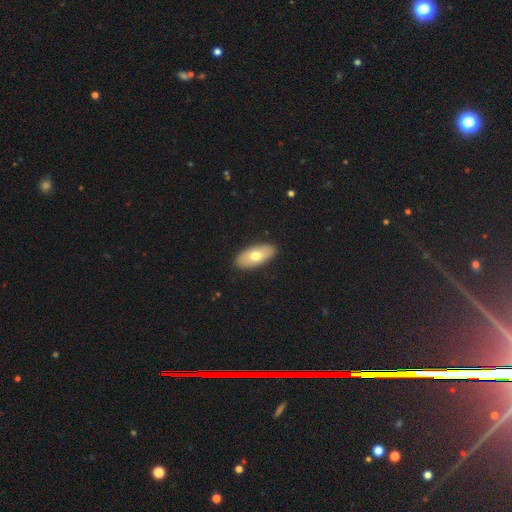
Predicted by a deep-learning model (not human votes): Overall: smooth (68%). How rounded: in between (90%). Merging: none (90%).